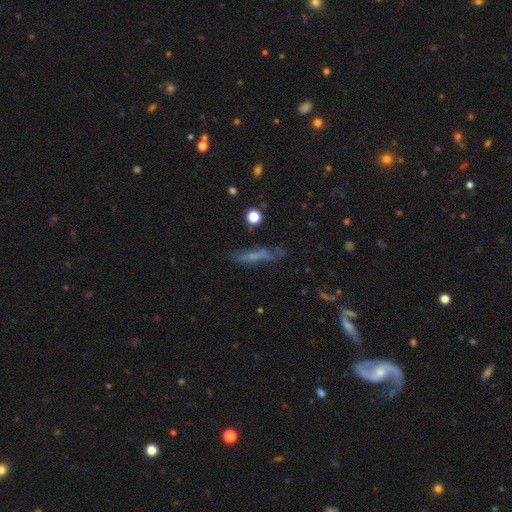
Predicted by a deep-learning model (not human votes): This appears to be a smooth galaxy with no disk features (47%). Merging: none (65%).